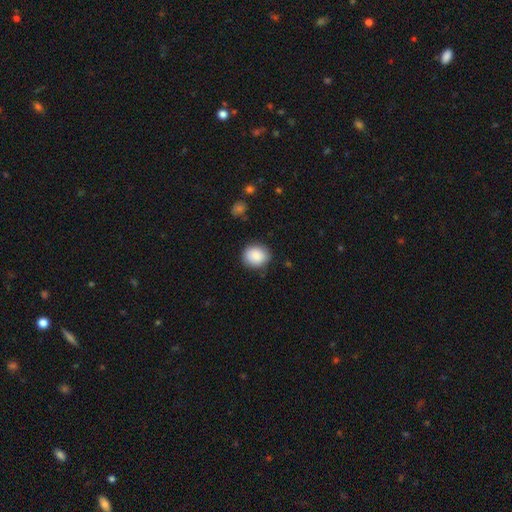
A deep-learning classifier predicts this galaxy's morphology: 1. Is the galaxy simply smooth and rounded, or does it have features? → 87% smooth, 8% star or artifact, 6% featured or disk.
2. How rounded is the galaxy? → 71% round, 28% in between, 1% cigar-shaped.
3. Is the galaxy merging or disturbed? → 83% none, 13% minor disturbance, 3% major disturbance, 1% merger.